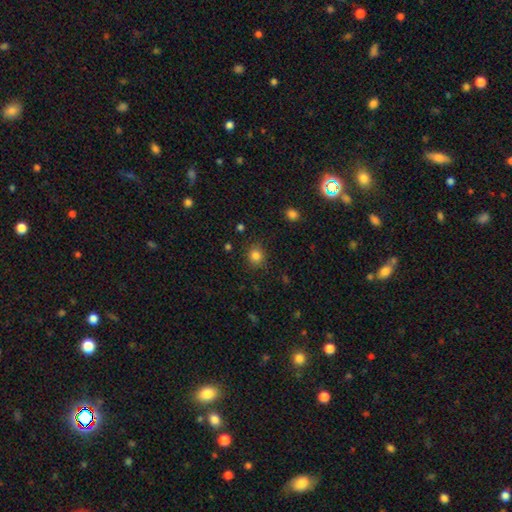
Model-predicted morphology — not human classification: This is clearly a smooth galaxy (83%). How rounded: clearly round (84%). Merging: clearly none (87%).